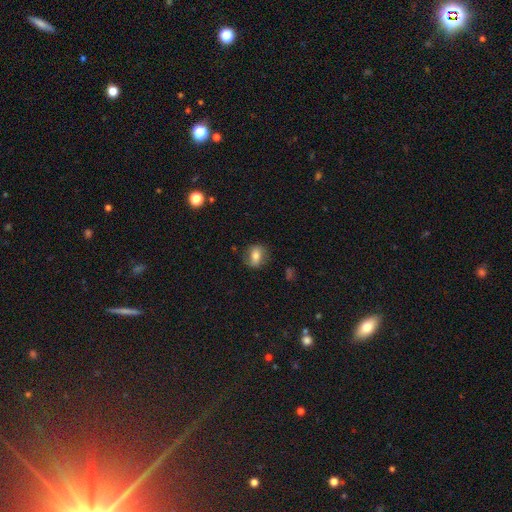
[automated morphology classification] type=smooth (63%); roundness=in between (52%); merging=none (75%).